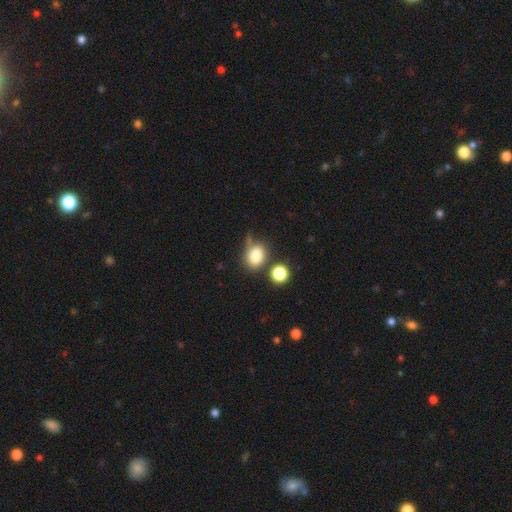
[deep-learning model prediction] This appears to be a smooth galaxy with no disk features (80%) that is in between round and cigar-shaped (59%). Merging: none (54%).